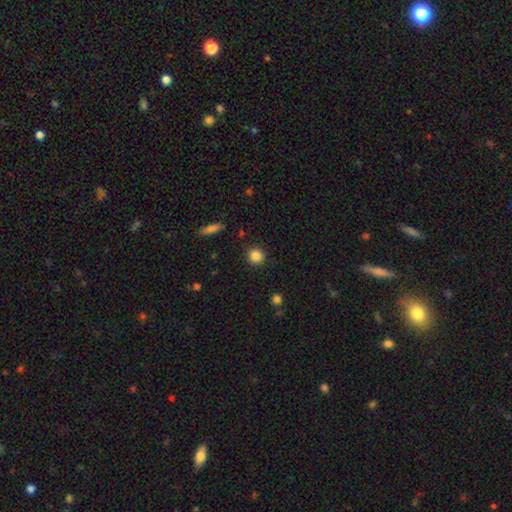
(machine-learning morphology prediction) A smooth galaxy with no disk features (85%) that is round (90%).

Vote fractions:
- Smooth or featured? smooth: 85% / star or artifact: 10% / featured or disk: 5%
- How rounded? round: 90% / in between: 9% / cigar-shaped: 1%
- Merging? none: 89% / minor disturbance: 7% / major disturbance: 2% / merger: 2%